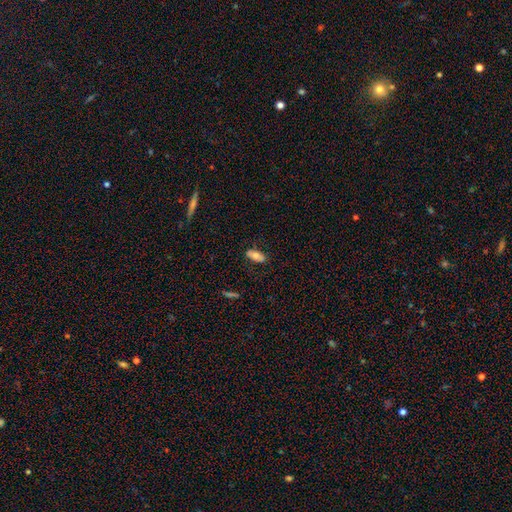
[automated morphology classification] A smooth galaxy with no disk features (68%) that is in between round and cigar-shaped (85%). Merging: none (80%).